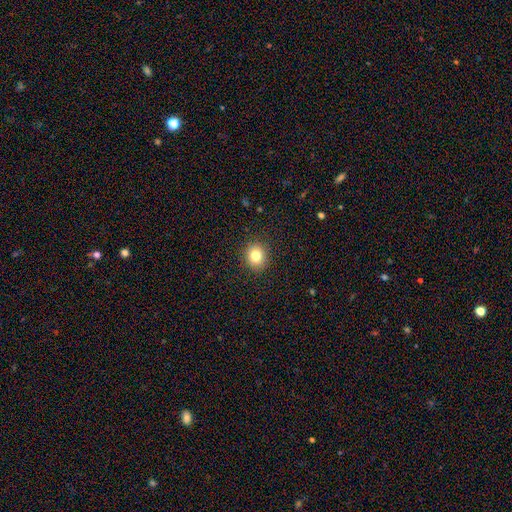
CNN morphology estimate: Smooth or featured? Predicted: smooth (p=0.81). How rounded? Predicted: round (p=0.72). Merging? Predicted: none (p=0.90).